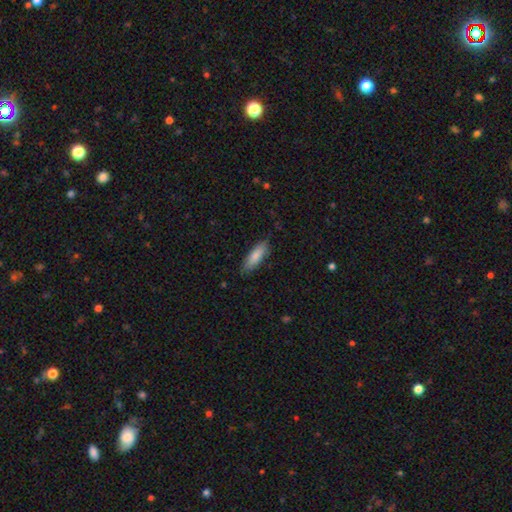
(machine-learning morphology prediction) This is clearly a smooth galaxy (83%). How rounded: possibly in between (57%). Merging: clearly none (82%).